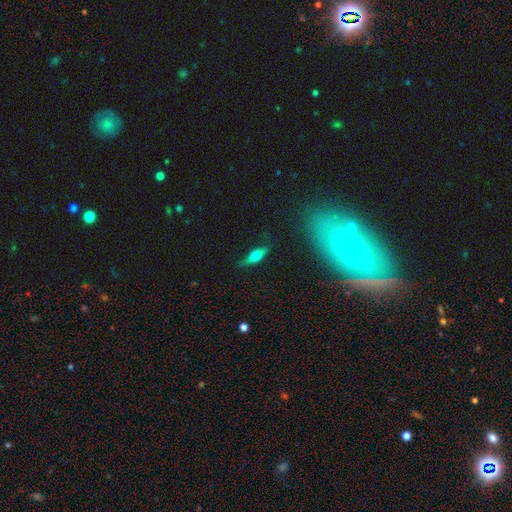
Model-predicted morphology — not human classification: A smooth galaxy with no disk features (50%) that is in between round and cigar-shaped (49%). Merging: none (76%).